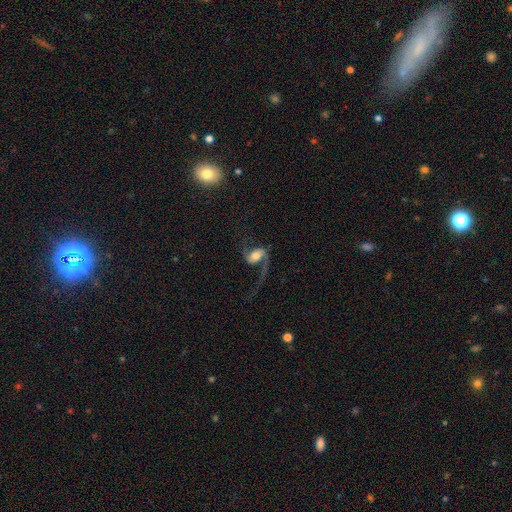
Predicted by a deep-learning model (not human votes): Smooth or featured: featured or disk — 81% (smooth — 12%)
Edge-on disk: no — 97% (yes — 3%)
Bar: no — 48% (weak — 35%)
Spiral arms: yes — 94% (no — 6%)
Spiral winding: loose — 77% (medium — 19%)
Spiral arm count: 2 — 76% (1 — 19%)
Bulge size: moderate — 49% (large — 28%)
Merging: none — 50% (major disturbance — 34%)